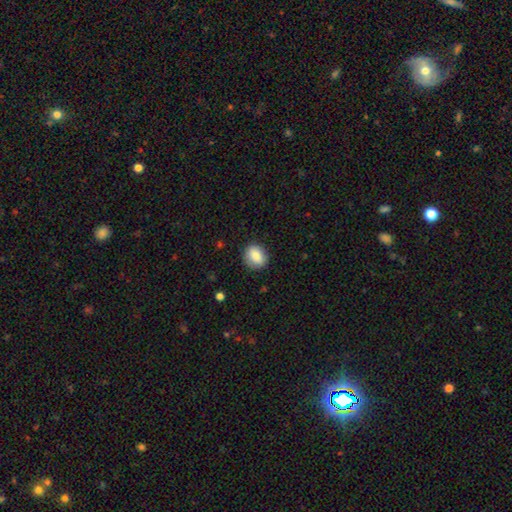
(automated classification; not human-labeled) This is clearly a smooth galaxy (83%). How rounded: likely round (68%). Merging: clearly none (85%).